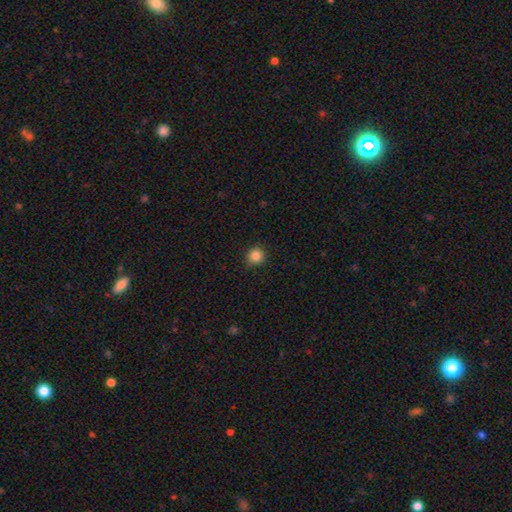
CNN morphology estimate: Smooth or featured? Predicted: smooth (p=0.85). How rounded? Predicted: round (p=0.93). Merging? Predicted: none (p=0.89).